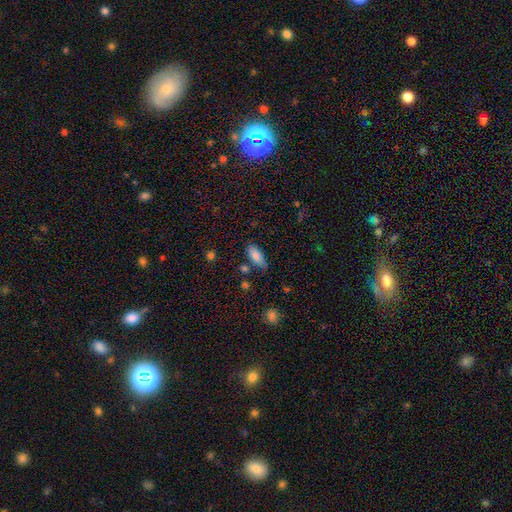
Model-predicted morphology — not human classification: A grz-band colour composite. It shows a smooth galaxy with no disk features (83%) that is in between round and cigar-shaped (81%). Merging: none (64%).